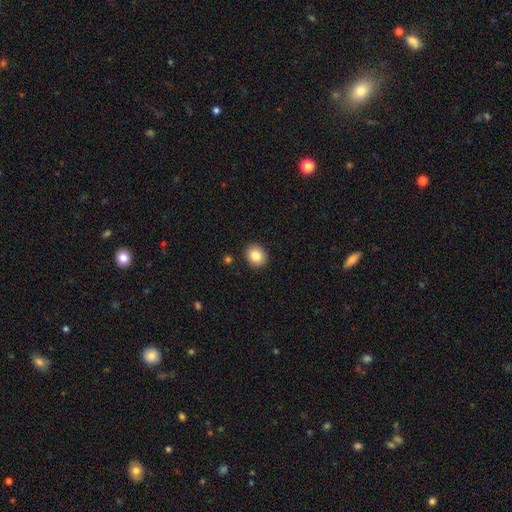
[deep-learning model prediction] Smooth or featured: smooth — 84% (star or artifact — 9%)
How rounded: round — 60% (in between — 39%)
Merging: none — 90% (minor disturbance — 6%)